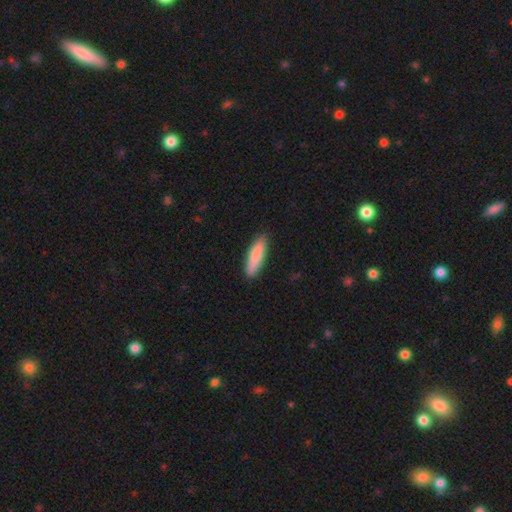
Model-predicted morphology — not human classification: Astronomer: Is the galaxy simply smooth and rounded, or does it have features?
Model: smooth — 87%.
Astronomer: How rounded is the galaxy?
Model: cigar-shaped — 70%.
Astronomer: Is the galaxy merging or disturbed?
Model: none — 87%.